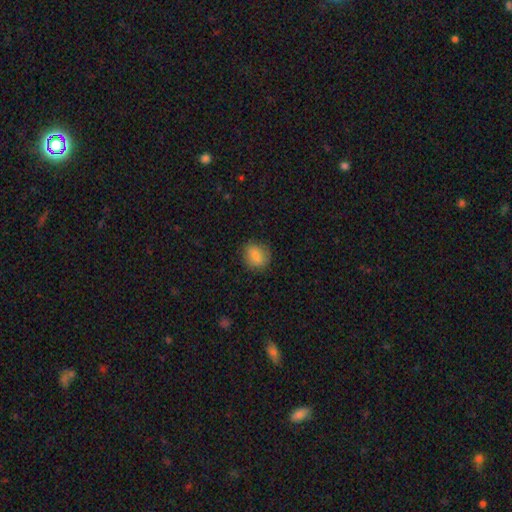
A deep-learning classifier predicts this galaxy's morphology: smooth_or_featured: smooth (p=0.84) [alt: star or artifact p=0.08]
how_rounded: round (p=0.58) [alt: in between p=0.41]
merging: none (p=0.82) [alt: minor disturbance p=0.13]